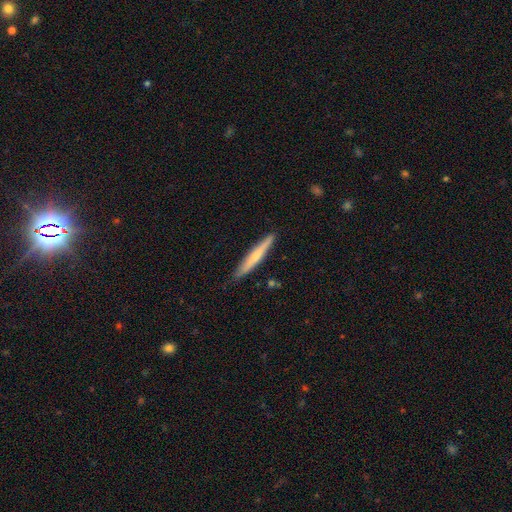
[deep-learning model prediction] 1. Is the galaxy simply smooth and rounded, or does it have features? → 58% smooth, 36% featured or disk, 5% star or artifact.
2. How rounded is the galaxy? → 95% cigar-shaped, 3% in between, 1% round.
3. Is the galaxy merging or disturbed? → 88% none, 9% minor disturbance, 2% major disturbance, 1% merger.